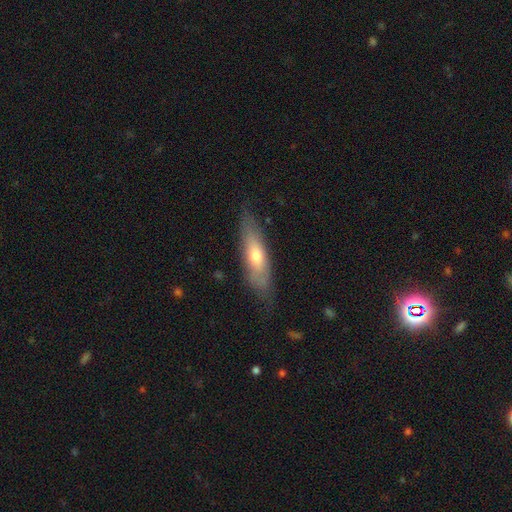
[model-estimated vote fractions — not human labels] Overall: smooth (56%; featured or disk 38%). How rounded: cigar-shaped (59%; in between 39%). Merging: none (73%).